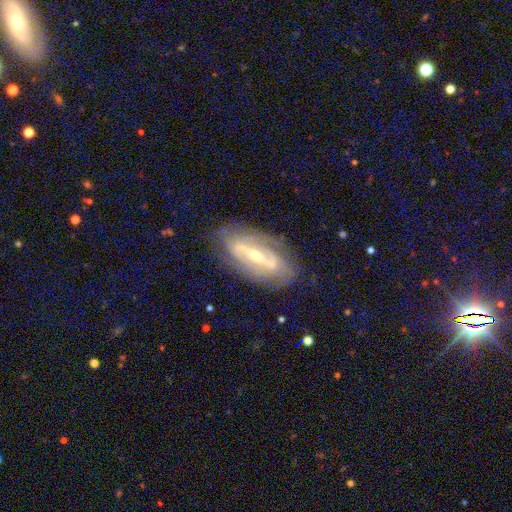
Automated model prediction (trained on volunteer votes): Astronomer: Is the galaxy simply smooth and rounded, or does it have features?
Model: featured or disk — 81%.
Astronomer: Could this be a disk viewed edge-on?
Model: no — 81%.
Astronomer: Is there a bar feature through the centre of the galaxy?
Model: strong — 69%.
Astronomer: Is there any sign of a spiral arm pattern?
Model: yes — 68%.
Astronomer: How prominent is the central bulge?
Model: small — 48% (runner-up: moderate, 46%).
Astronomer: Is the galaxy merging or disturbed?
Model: none — 76%.